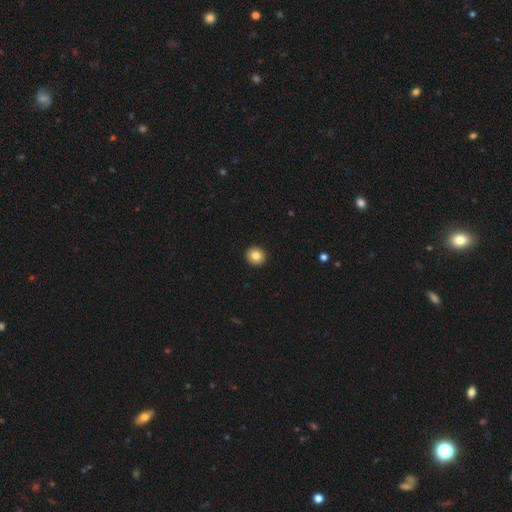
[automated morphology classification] smooth-or-featured: smooth: 83% | star or artifact: 9% | featured or disk: 8%
  how-rounded: round: 91% | in between: 8% | cigar-shaped: 1%
  merging: none: 94% | minor disturbance: 4% | major disturbance: 1% | merger: 1%